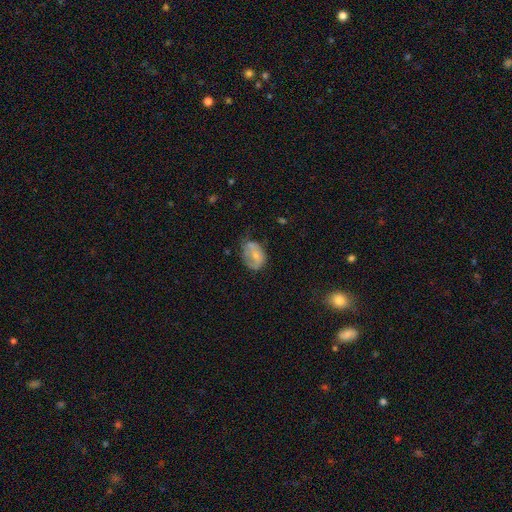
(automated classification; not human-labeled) smooth-or-featured: smooth: 54% | featured or disk: 38% | star or artifact: 8%
  how-rounded: in between: 72% | round: 27% | cigar-shaped: 1%
  merging: none: 38% (tied) | minor disturbance: 38% (tied) | major disturbance: 21% | merger: 3%